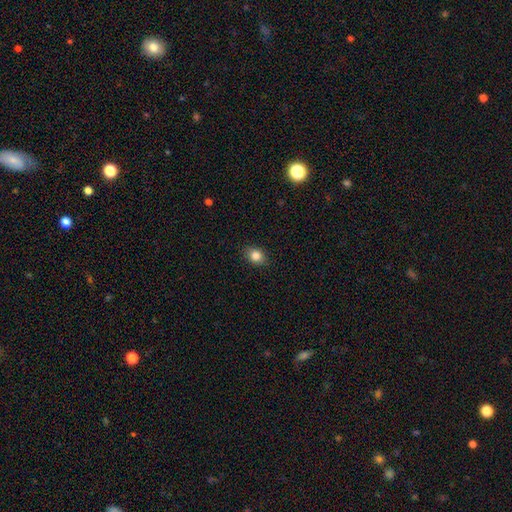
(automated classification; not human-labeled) Smooth or featured?
  - smooth: 84% *
  - star or artifact: 10%
  - featured or disk: 6%
How rounded?
  - in between: 55% *
  - round: 44%
  - cigar-shaped: 1%
Merging?
  - none: 88% *
  - minor disturbance: 9%
  - major disturbance: 2%
  - merger: 1%